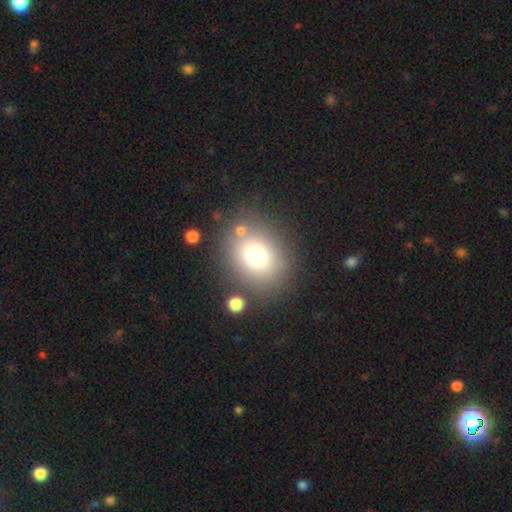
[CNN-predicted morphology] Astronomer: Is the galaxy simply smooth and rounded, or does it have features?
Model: smooth — 74%.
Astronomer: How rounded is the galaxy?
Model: round — 62%.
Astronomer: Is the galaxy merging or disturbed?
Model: none — 77%.